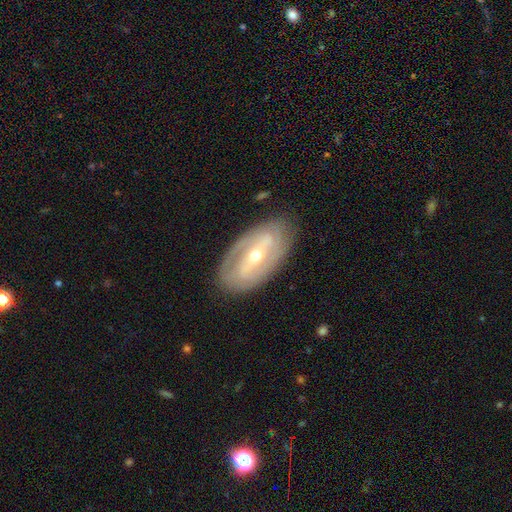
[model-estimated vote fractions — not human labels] This appears to be a featured or disk galaxy (82%) with a strong bar (47%), 2 (67%) tight (53%) spiral arms (83%) and a moderate central bulge (57%). Merging: none (82%).